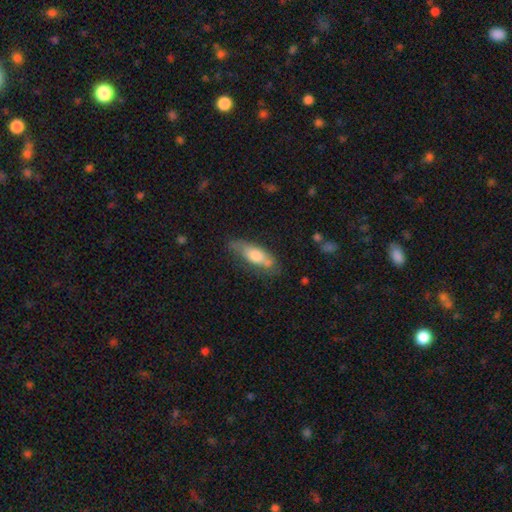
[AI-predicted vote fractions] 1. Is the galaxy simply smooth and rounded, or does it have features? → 64% smooth, 30% featured or disk, 6% star or artifact.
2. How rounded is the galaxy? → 56% in between, 42% cigar-shaped, 2% round.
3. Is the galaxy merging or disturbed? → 60% none, 26% minor disturbance, 8% major disturbance, 6% merger.